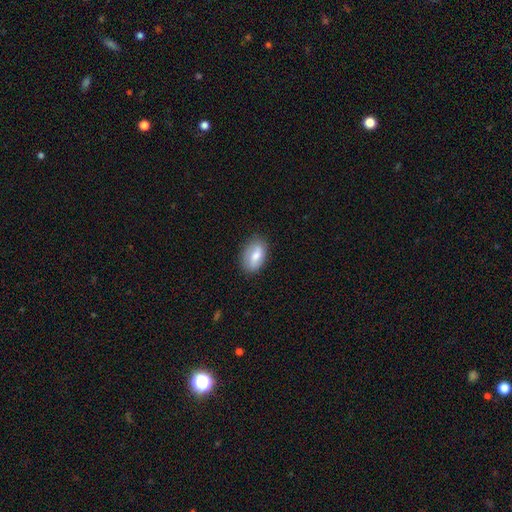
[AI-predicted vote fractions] Smooth or featured? smooth (68%)
How rounded? in between (89%)
Merging? none (81%)